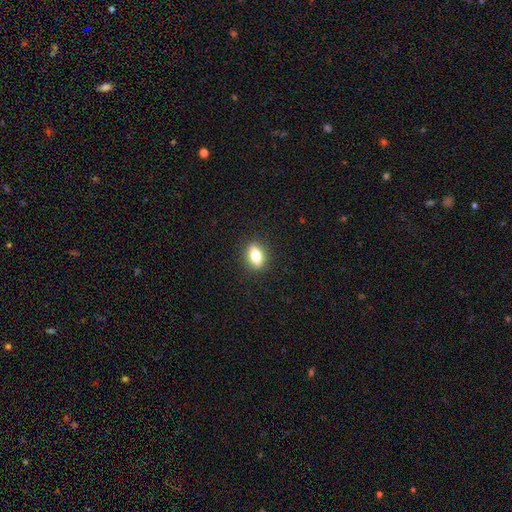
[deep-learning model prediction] Overall: smooth (75%). How rounded: in between (77%). Merging: none (89%).